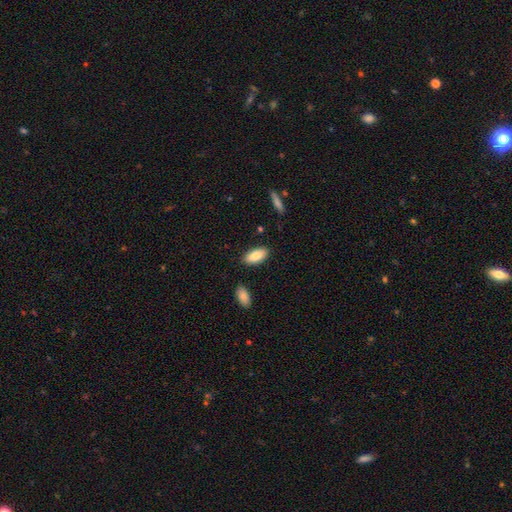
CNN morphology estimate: Smooth or featured: smooth — 83% (featured or disk — 10%)
How rounded: in between — 90% (cigar-shaped — 8%)
Merging: none — 86% (minor disturbance — 9%)